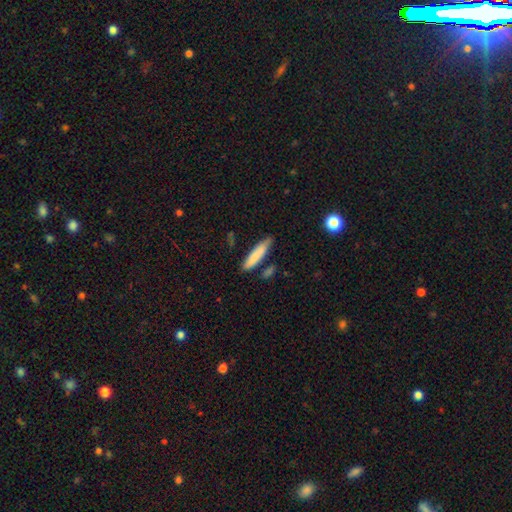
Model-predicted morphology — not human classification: Smooth or featured: smooth — 80% (featured or disk — 14%)
How rounded: cigar-shaped — 81% (in between — 18%)
Merging: none — 73% (minor disturbance — 18%)